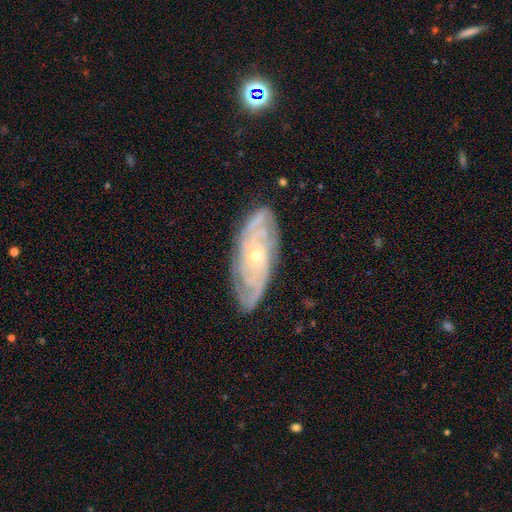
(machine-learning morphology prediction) Smooth or featured? Predicted: featured or disk (p=0.84). Edge-on disk? Predicted: no (p=0.91). Bar? Predicted: no (p=0.78). Spiral arms? Predicted: yes (p=0.95). Spiral winding? Predicted: tight (p=0.74). Spiral arm count? Predicted: can't tell (p=0.35). Bulge size? Predicted: small (p=0.71). Merging? Predicted: none (p=0.82).